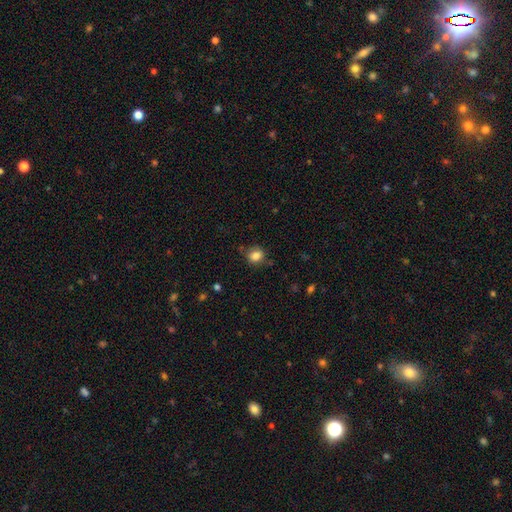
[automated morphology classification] A smooth galaxy with no disk features (83%) that is round (66%).

Vote fractions:
- Smooth or featured? smooth: 83% / star or artifact: 10% / featured or disk: 6%
- How rounded? round: 66% / in between: 33% / cigar-shaped: 1%
- Merging? none: 79% / minor disturbance: 15% / major disturbance: 4% / merger: 3%